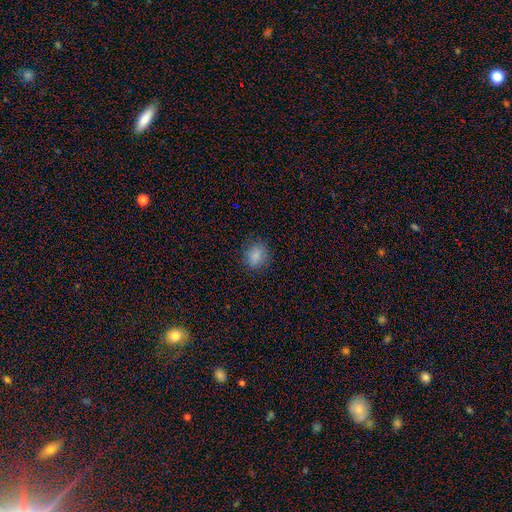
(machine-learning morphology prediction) Overall: smooth (85%). How rounded: round (66%; in between 33%). Merging: none (84%).